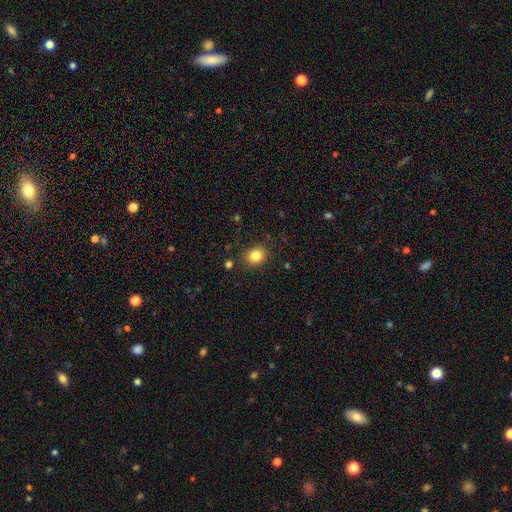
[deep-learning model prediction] Smooth or featured?
  - smooth: 83% *
  - star or artifact: 11%
  - featured or disk: 6%
How rounded?
  - round: 72% *
  - in between: 27%
  - cigar-shaped: 1%
Merging?
  - none: 87% *
  - minor disturbance: 8%
  - major disturbance: 3%
  - merger: 2%